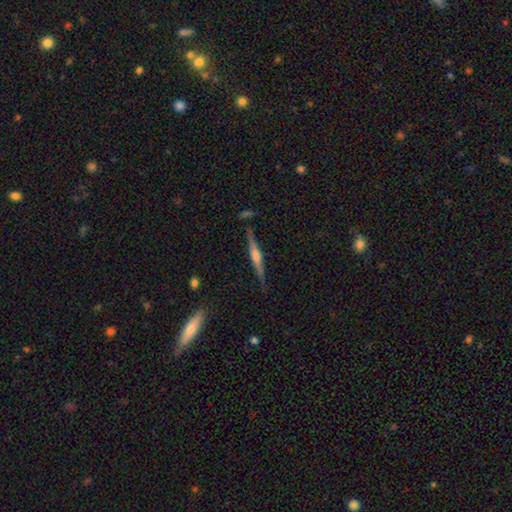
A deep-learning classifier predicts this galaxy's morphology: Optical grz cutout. It shows a featured or disk galaxy (77%) viewed edge-on (98%) with a rounded central bulge (83%). Merging: none (86%).